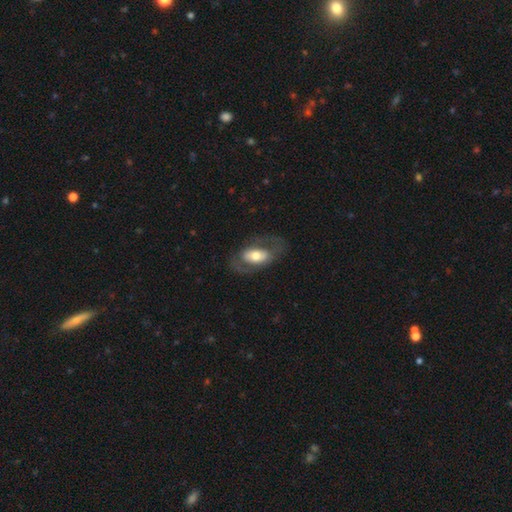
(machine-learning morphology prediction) smooth-or-featured: featured or disk: 52% | smooth: 42% | star or artifact: 6%
  disk-edge-on: no: 90% | yes: 10%
  merging: none: 68% | minor disturbance: 16% | major disturbance: 15% | merger: 1%